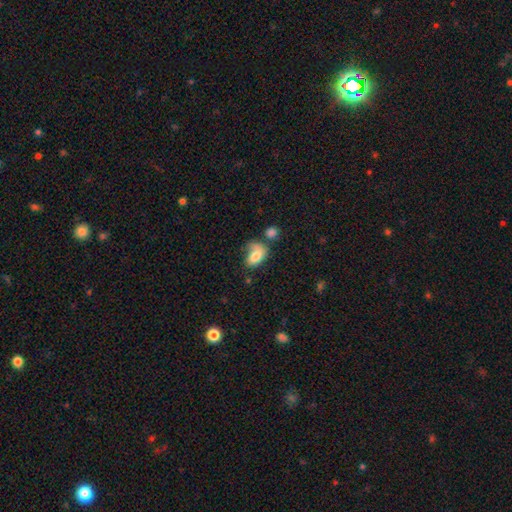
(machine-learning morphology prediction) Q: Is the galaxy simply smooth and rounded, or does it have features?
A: smooth — 78%.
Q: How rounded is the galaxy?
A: in between — 88%.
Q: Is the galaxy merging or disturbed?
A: none — 34%.